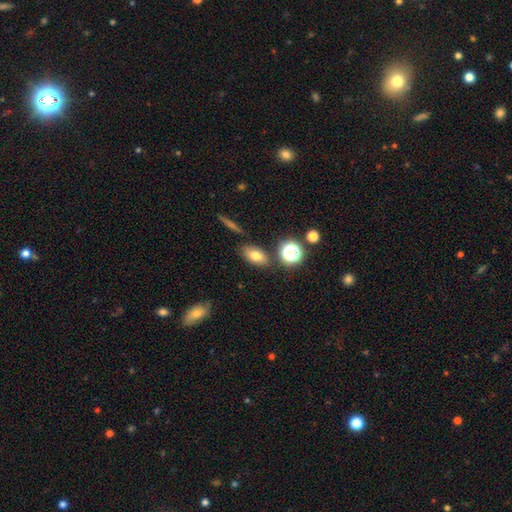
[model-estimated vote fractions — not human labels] Smooth or featured?
  - smooth: 74% *
  - star or artifact: 14%
  - featured or disk: 13%
How rounded?
  - in between: 84% *
  - round: 13%
  - cigar-shaped: 4%
Merging?
  - none: 79% *
  - minor disturbance: 12%
  - merger: 6%
  - major disturbance: 3%